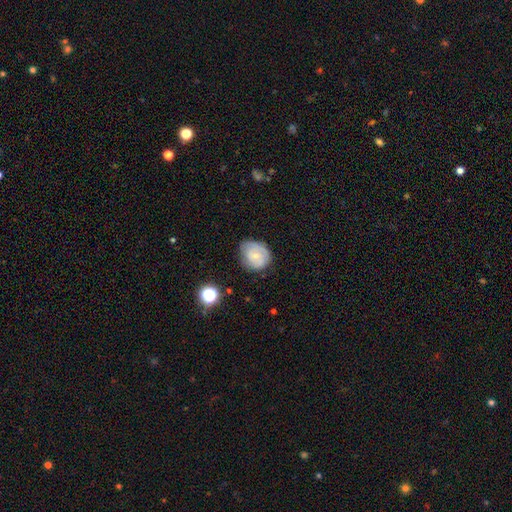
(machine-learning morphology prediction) This appears to be a smooth galaxy with no disk features (50%) that is round (67%). Merging: none (59%).